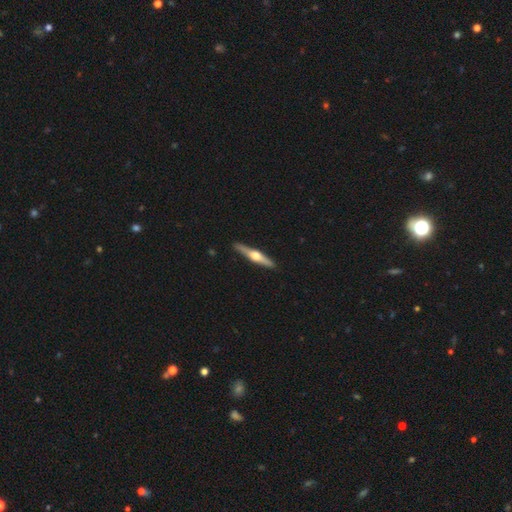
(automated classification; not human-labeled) Overall: featured or disk (70%). Edge-on disk: yes (98%). Edge-on bulge: rounded (94%). Merging: none (91%).